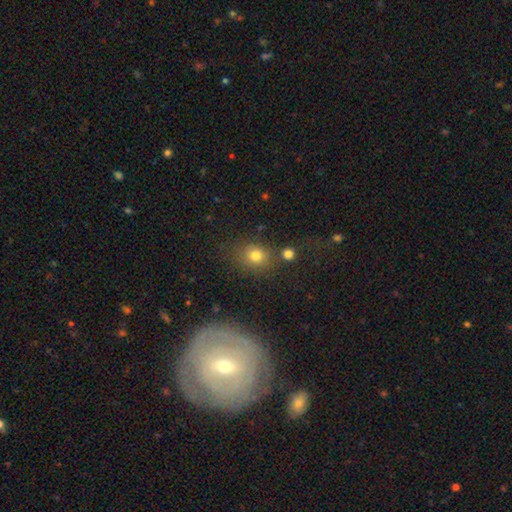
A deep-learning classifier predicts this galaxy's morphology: Smooth or featured: smooth — 76% (star or artifact — 16%)
How rounded: round — 68% (in between — 31%)
Merging: none — 72% (minor disturbance — 12%)